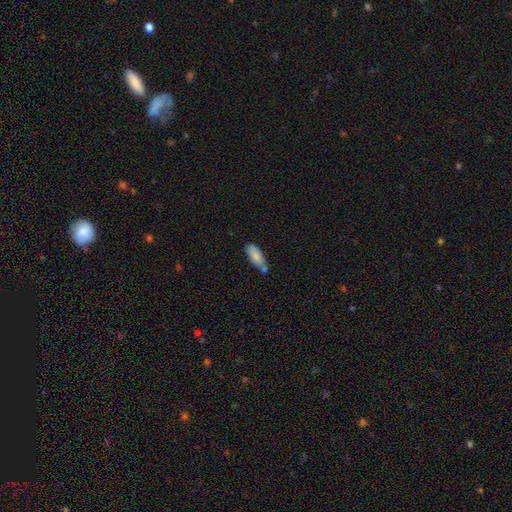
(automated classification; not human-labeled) Smooth or featured?
  - smooth: 83% *
  - featured or disk: 10%
  - star or artifact: 7%
How rounded?
  - in between: 75% *
  - cigar-shaped: 23%
  - round: 2%
Merging?
  - none: 47% *
  - merger: 24%
  - minor disturbance: 23%
  - major disturbance: 5%